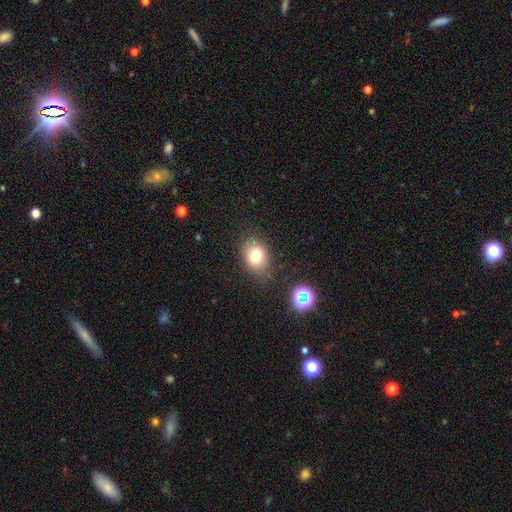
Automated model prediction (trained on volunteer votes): A smooth galaxy with no disk features (76%) that is in between round and cigar-shaped (58%). Merging: none (79%).